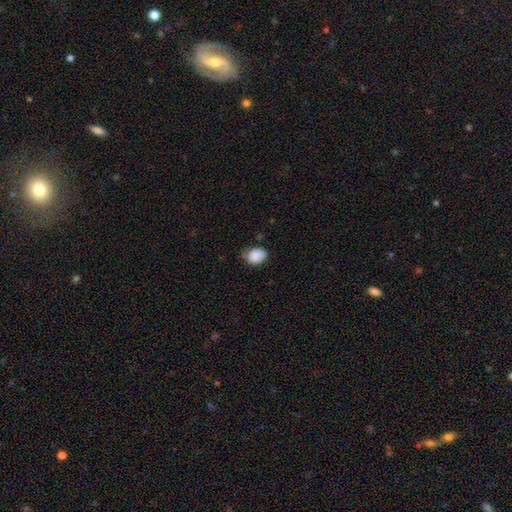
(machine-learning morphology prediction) smooth 87%, star or artifact 8%, featured or disk 5%. Down the decision tree: how rounded — in between (61%); merging — none (59%).